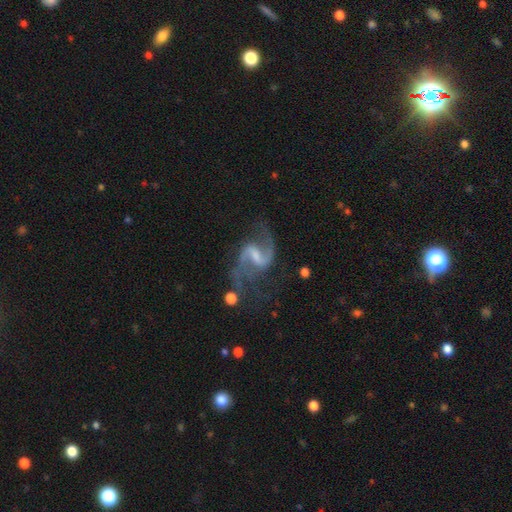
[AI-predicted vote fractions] A featured or disk galaxy (91%) with a weak bar (53%), 2 (93%) loose (59%) spiral arms (97%) and a small central bulge (44%).

Vote fractions:
- Smooth or featured? featured or disk: 91% / star or artifact: 6% / smooth: 4%
- Edge-on disk? no: 98% / yes: 2%
- Bar? weak: 53% / strong: 32% / no: 15%
- Spiral arms? yes: 97% / no: 3%
- Spiral winding? loose: 59% / medium: 35% / tight: 6%
- Spiral arm count? 2: 93% / can't tell: 2% / 1: 2% / 3: 1% / 4: 1% / more than 4: 1%
- Bulge size? small: 44% / none: 28% / moderate: 24% / large: 3% / dominant: 1%
- Merging? none: 66% / minor disturbance: 16% / major disturbance: 13% / merger: 5%